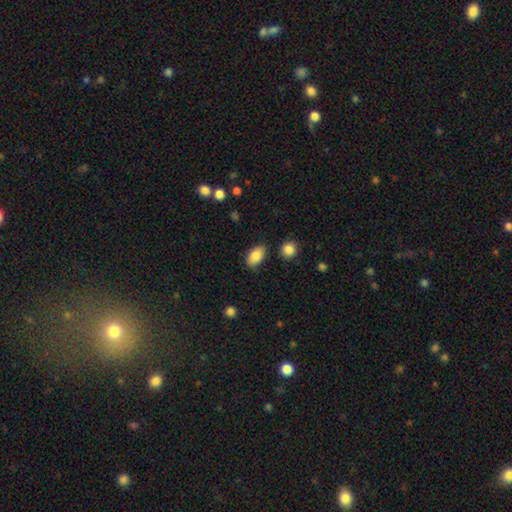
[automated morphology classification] Overall: smooth (86%). How rounded: in between (91%). Merging: none (83%).